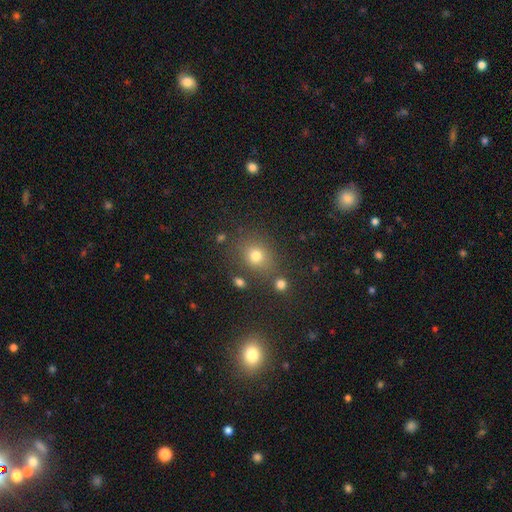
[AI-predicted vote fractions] This appears to be a smooth galaxy with no disk features (74%) that is round (71%). Merging: none (75%).